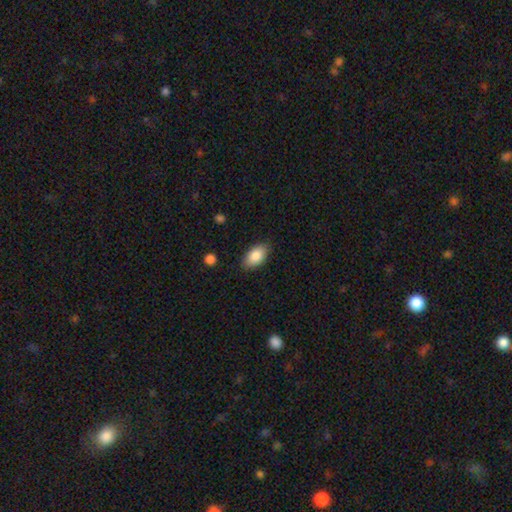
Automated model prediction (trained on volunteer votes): A smooth galaxy with no disk features (87%) that is in between round and cigar-shaped (94%).

Vote fractions:
- Smooth or featured? smooth: 87% / featured or disk: 7% / star or artifact: 6%
- How rounded? in between: 94% / round: 4% / cigar-shaped: 2%
- Merging? none: 85% / minor disturbance: 12% / major disturbance: 3% / merger: 1%